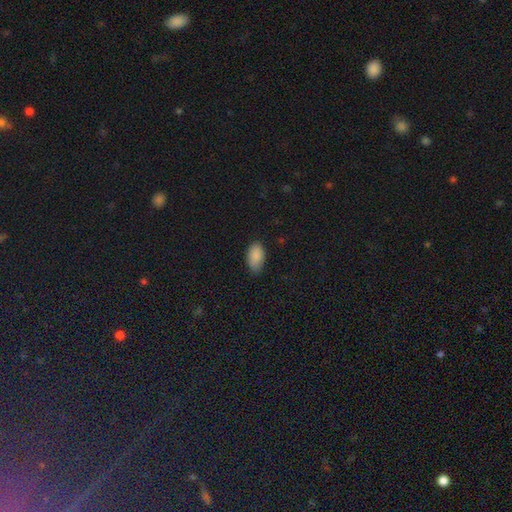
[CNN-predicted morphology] smooth 88%, star or artifact 8%, featured or disk 4%. Down the decision tree: how rounded — in between (94%); merging — none (76%).